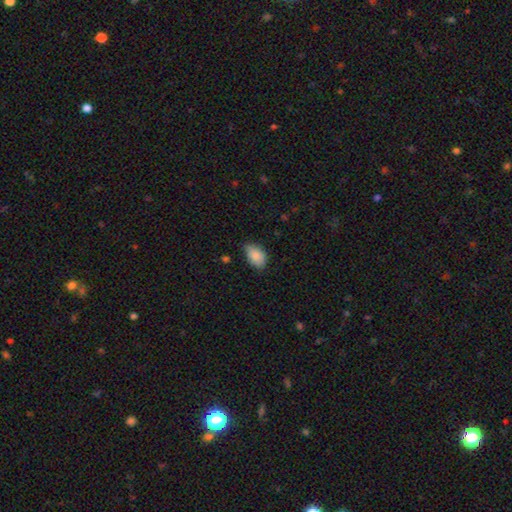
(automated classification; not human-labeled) smooth 86%, star or artifact 8%, featured or disk 6%. Down the decision tree: how rounded — in between (88%); merging — none (61%).